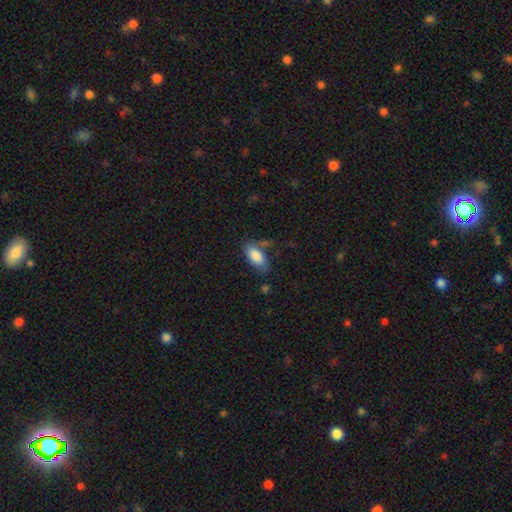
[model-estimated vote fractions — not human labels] Q: Smooth or featured?
A: smooth (84%); runner-up: featured or disk (9%)
Q: How rounded?
A: in between (89%); runner-up: cigar-shaped (8%)
Q: Merging?
A: none (63%); runner-up: minor disturbance (22%)